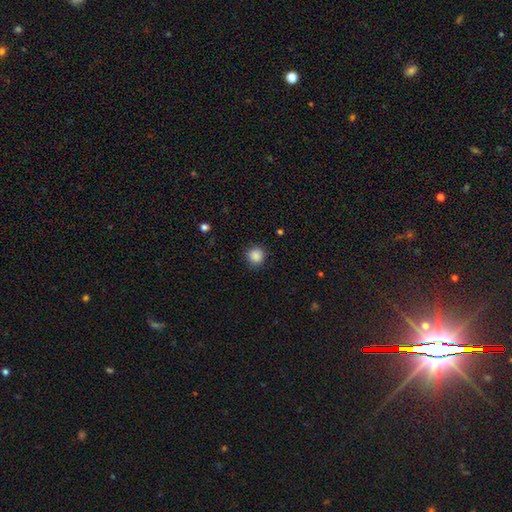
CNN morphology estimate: smooth 87%, star or artifact 10%, featured or disk 3%. Down the decision tree: how rounded — round (91%); merging — none (87%).